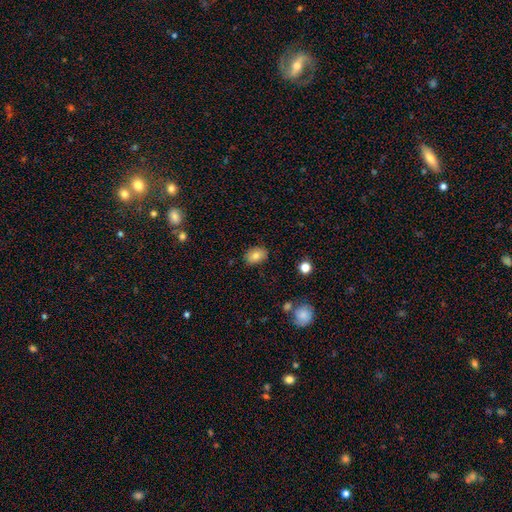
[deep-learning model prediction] Overall: smooth (81%). How rounded: in between (79%). Merging: none (85%).